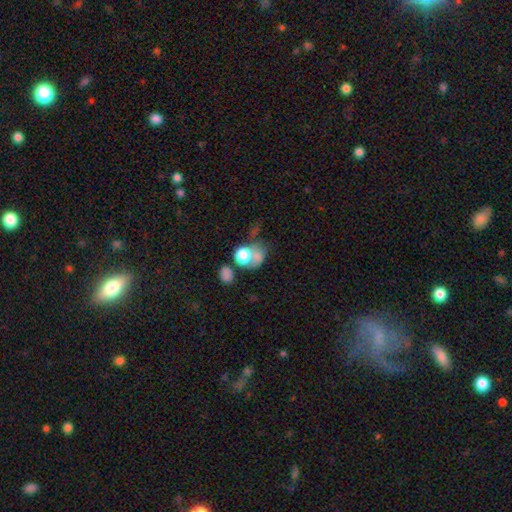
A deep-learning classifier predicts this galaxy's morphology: Q: Smooth or featured?
A: smooth (64%); runner-up: featured or disk (21%)
Q: How rounded?
A: round (57%); runner-up: in between (42%)
Q: Merging?
A: merger (33%); runner-up: major disturbance (27%)